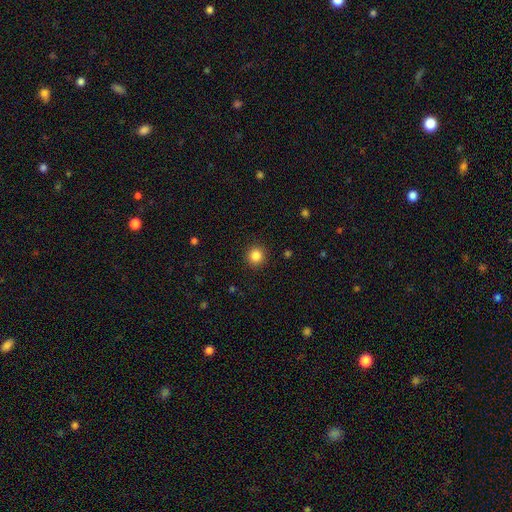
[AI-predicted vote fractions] A smooth galaxy with no disk features (85%) that is round (94%). Merging: none (92%).